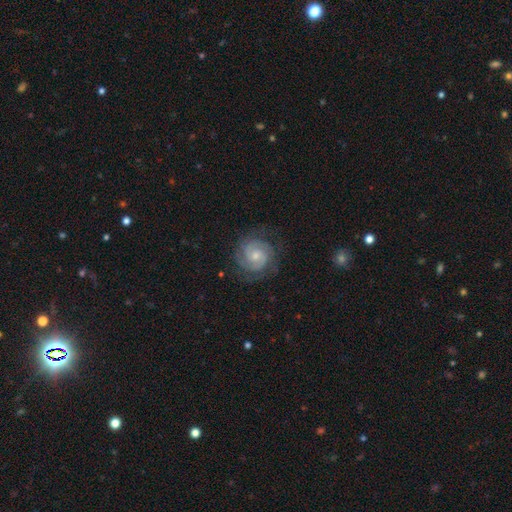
Smooth or featured? 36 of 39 (92%) said featured or disk. Edge-on disk? 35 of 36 (97%) said no. Bar? 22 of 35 (63%) said no. Spiral arms? 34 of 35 (97%) said yes. Spiral winding? 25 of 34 (74%) said tight. Spiral arm count? 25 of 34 (74%) said 2. Bulge size? 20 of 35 (57%) said small. Merging? 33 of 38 (87%) said none.